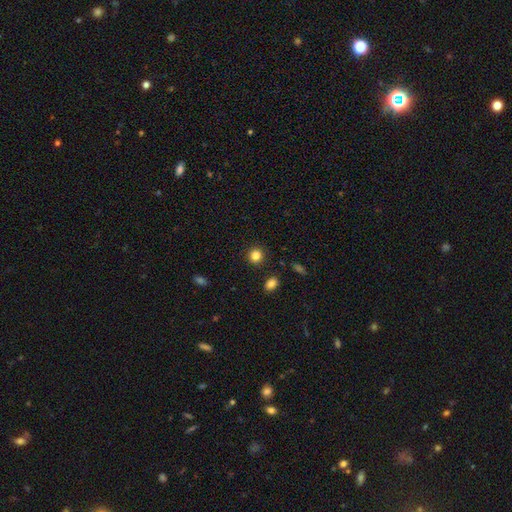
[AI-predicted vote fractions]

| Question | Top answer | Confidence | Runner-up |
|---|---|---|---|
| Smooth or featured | smooth | 84% | star or artifact (11%) |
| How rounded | round | 89% | in between (10%) |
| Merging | none | 91% | minor disturbance (6%) |